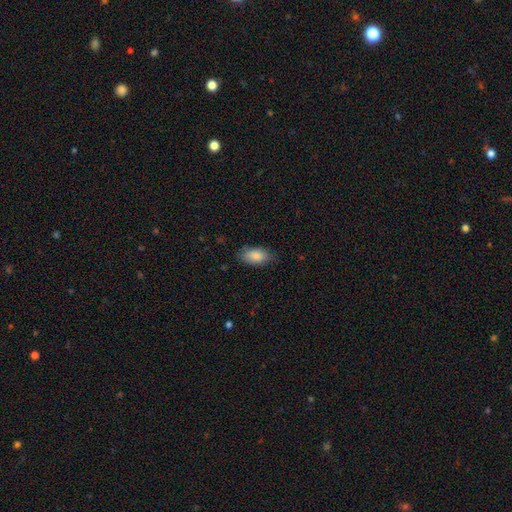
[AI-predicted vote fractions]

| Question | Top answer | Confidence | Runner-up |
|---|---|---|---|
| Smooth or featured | smooth | 87% | star or artifact (7%) |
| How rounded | in between | 92% | round (4%) |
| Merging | none | 79% | minor disturbance (16%) |